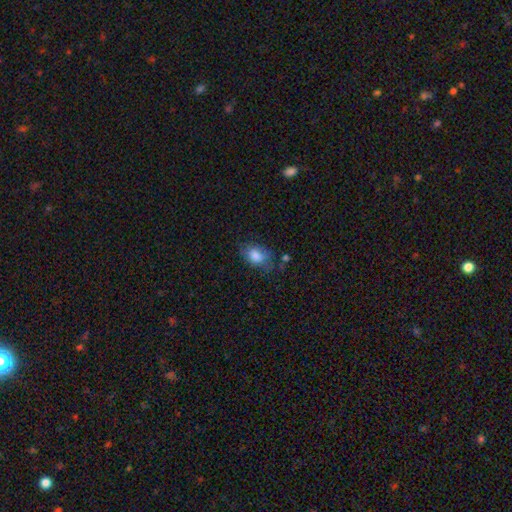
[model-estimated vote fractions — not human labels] Smooth or featured? Predicted: smooth (p=0.80). How rounded? Predicted: in between (p=0.81). Merging? Predicted: none (p=0.59).